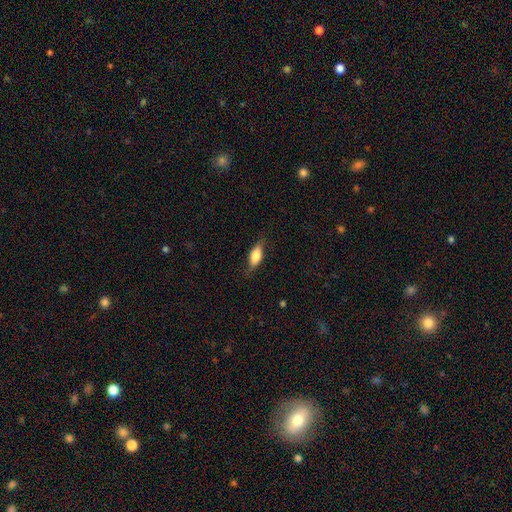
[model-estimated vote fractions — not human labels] smooth-or-featured: smooth: 68% | featured or disk: 25% | star or artifact: 7%
  how-rounded: in between: 76% | cigar-shaped: 20% | round: 4%
  merging: none: 73% | minor disturbance: 21% | major disturbance: 5% | merger: 1%